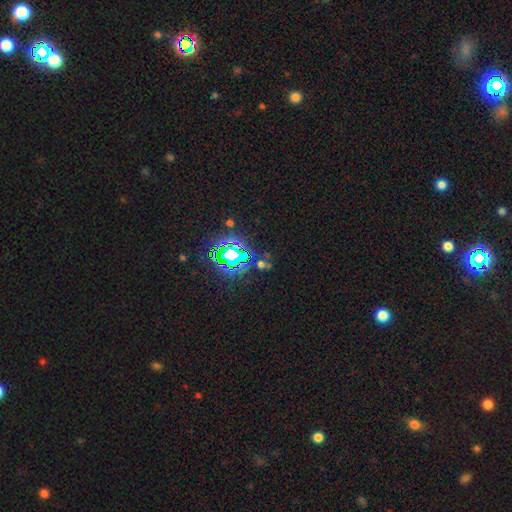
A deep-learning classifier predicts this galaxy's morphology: Smooth or featured?
  - star or artifact: 83% *
  - smooth: 11%
  - featured or disk: 6%